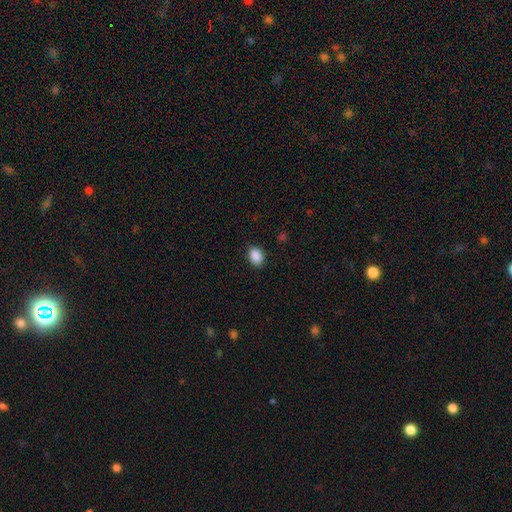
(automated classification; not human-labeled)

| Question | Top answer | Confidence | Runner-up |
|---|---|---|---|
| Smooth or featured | smooth | 89% | star or artifact (8%) |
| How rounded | in between | 68% | round (31%) |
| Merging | none | 88% | minor disturbance (9%) |